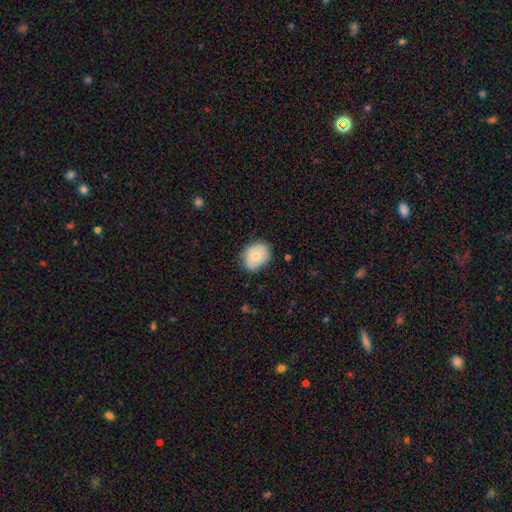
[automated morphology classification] smooth 74%, featured or disk 19%, star or artifact 8%. Down the decision tree: how rounded — in between (56%); merging — none (69%).